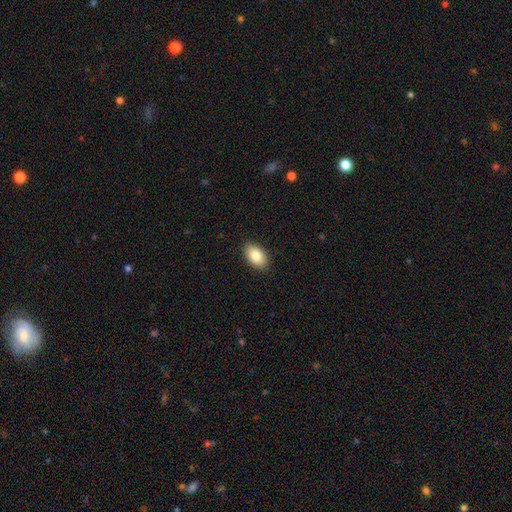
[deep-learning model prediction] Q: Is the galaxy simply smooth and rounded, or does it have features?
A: smooth — 85%.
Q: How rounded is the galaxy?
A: in between — 92%.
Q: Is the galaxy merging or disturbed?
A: none — 89%.